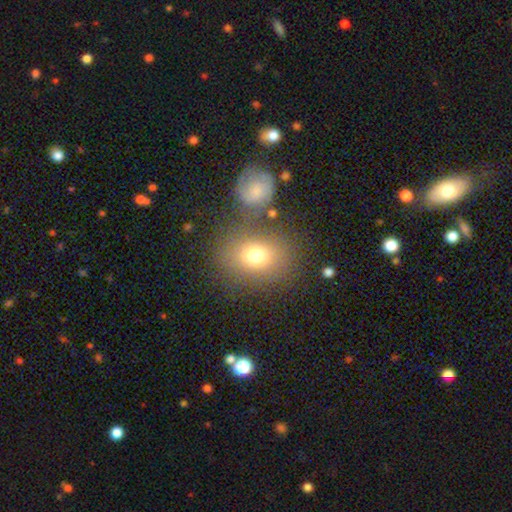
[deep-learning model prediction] Q: Smooth or featured?
A: smooth (75%); runner-up: featured or disk (13%)
Q: How rounded?
A: in between (51%); runner-up: round (47%)
Q: Merging?
A: none (69%); runner-up: merger (13%)